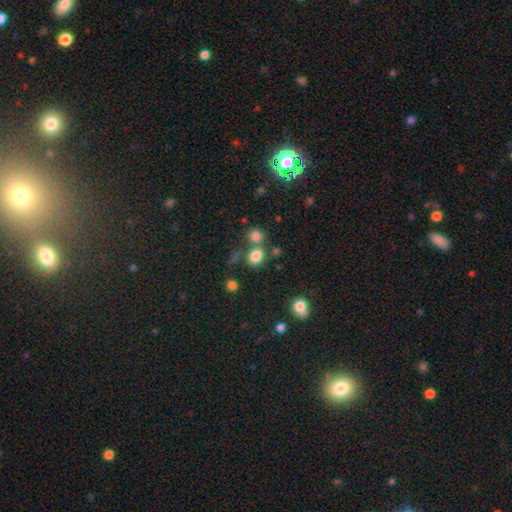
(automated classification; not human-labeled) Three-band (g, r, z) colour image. It shows a smooth galaxy with no disk features (80%) that is round (57%). Merging: none (60%).